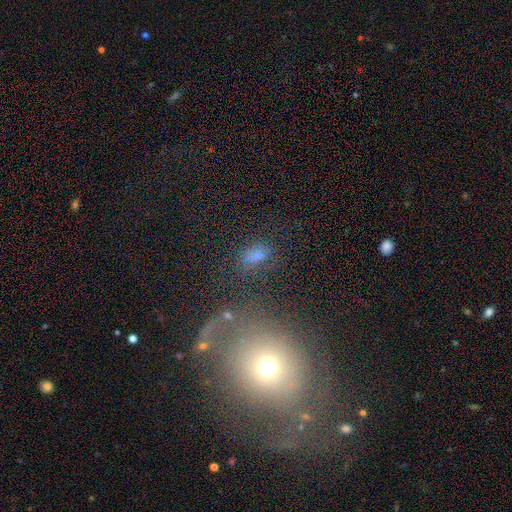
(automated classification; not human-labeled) Morphology: type=smooth (64%); roundness=in between (84%); merging=none (60%).